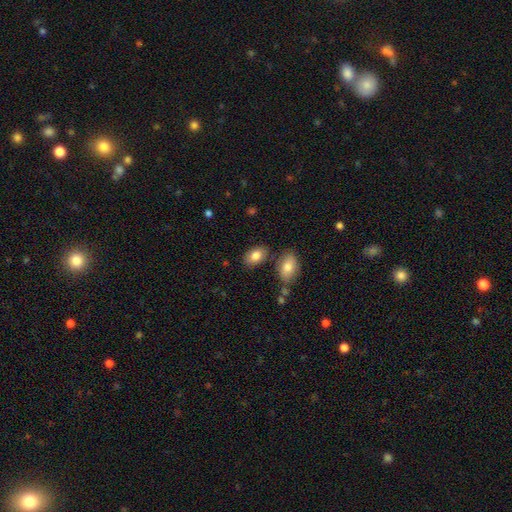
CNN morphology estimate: Smooth or featured? Predicted: smooth (p=0.83). How rounded? Predicted: in between (p=0.89). Merging? Predicted: none (p=0.77).